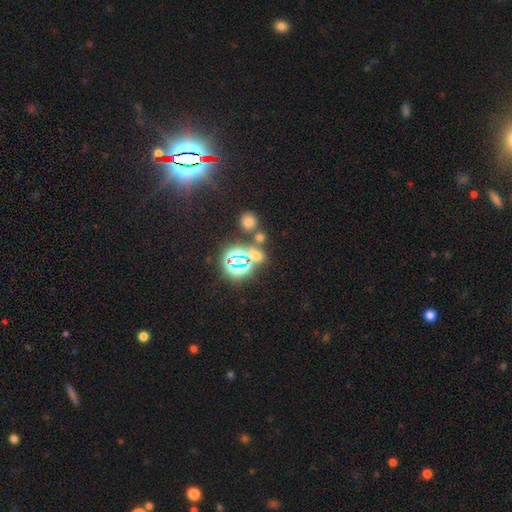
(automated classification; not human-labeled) The model was most divided on "smooth or featured": star or artifact: 56%, smooth: 36%, featured or disk: 8%.